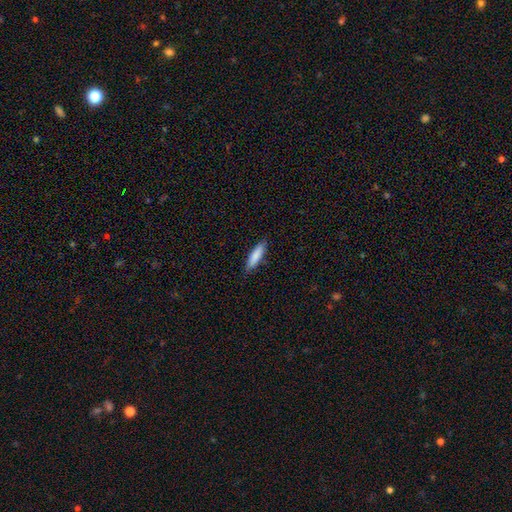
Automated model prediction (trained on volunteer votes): Smooth or featured? Predicted: smooth (p=0.85). How rounded? Predicted: cigar-shaped (p=0.71). Merging? Predicted: none (p=0.86).